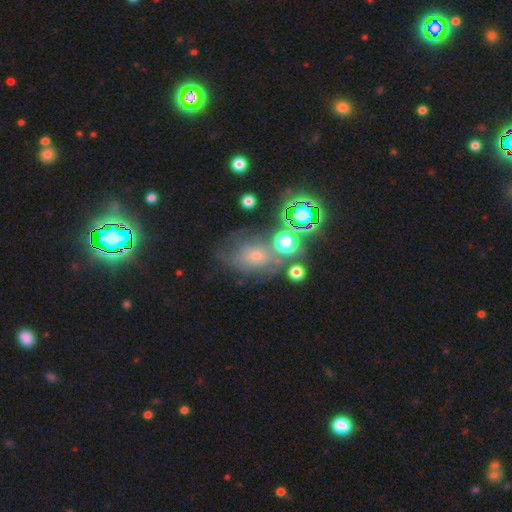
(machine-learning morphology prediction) type=smooth (39%); merging=none (46%).